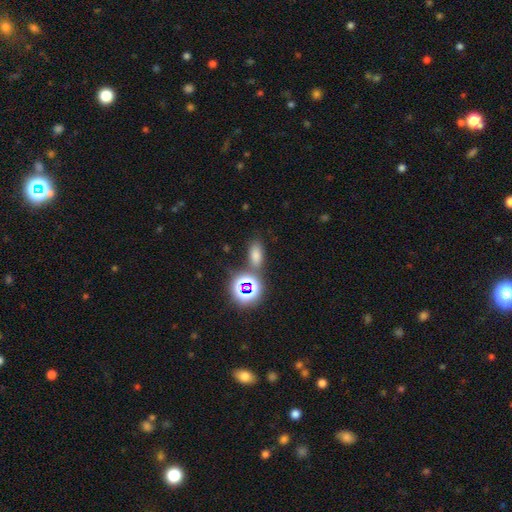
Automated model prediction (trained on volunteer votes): Smooth or featured: smooth — 67% (star or artifact — 26%)
How rounded: in between — 82% (round — 13%)
Merging: none — 72% (merger — 12%)